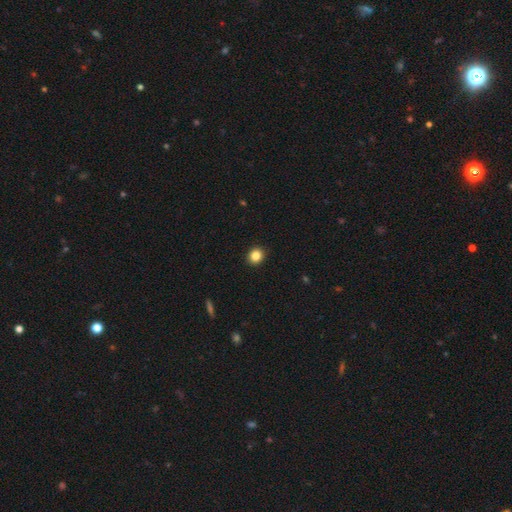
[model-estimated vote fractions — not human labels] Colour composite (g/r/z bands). It shows a smooth galaxy with no disk features (84%) that is round (81%). Merging: none (92%).